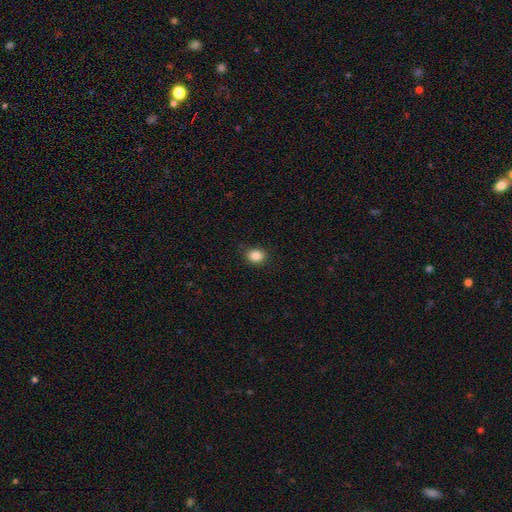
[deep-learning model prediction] smooth-or-featured: smooth: 86% | star or artifact: 10% | featured or disk: 4%
  how-rounded: round: 56% | in between: 43% | cigar-shaped: 1%
  merging: none: 85% | minor disturbance: 11% | major disturbance: 3% | merger: 1%